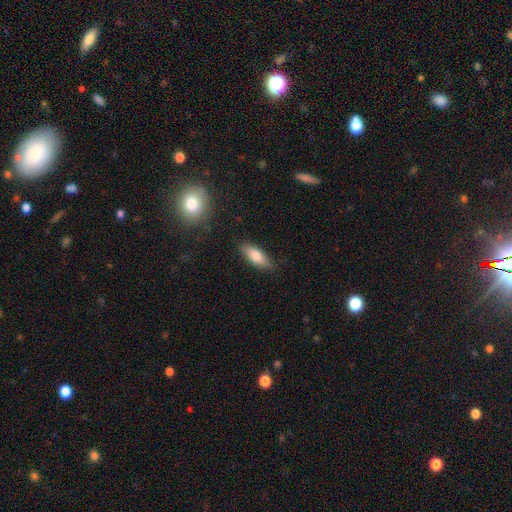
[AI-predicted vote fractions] Overall: smooth (79%). How rounded: in between (74%). Merging: none (82%).